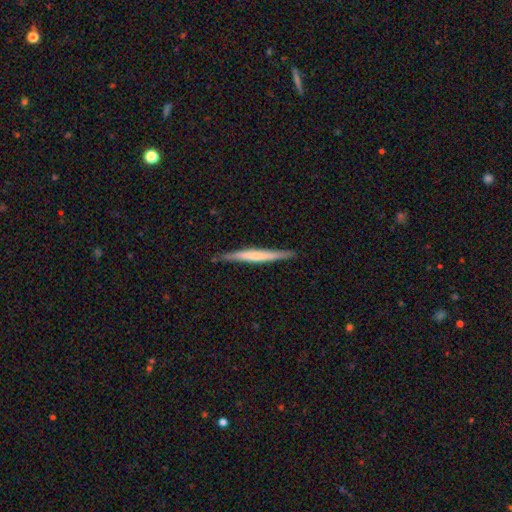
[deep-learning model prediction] This is possibly a featured or disk galaxy (49%). Merging: clearly none (86%).